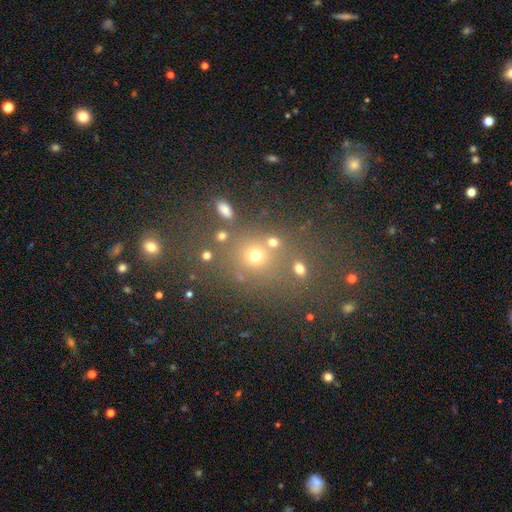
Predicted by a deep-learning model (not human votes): Overall: smooth (58%; star or artifact 29%). How rounded: round (75%). Merging: none (64%).